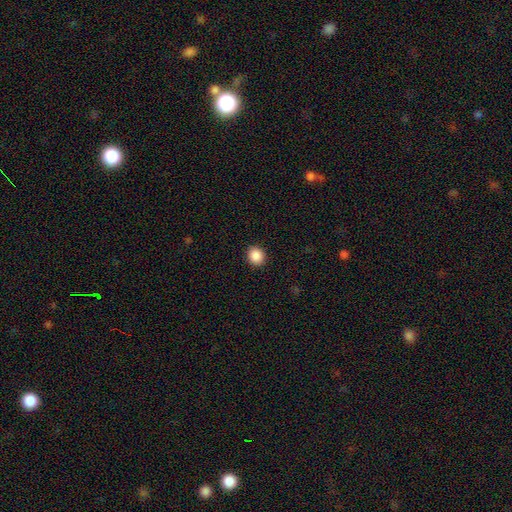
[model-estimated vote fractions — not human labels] smooth 89%, star or artifact 9%, featured or disk 3%. Down the decision tree: how rounded — round (79%); merging — none (92%).